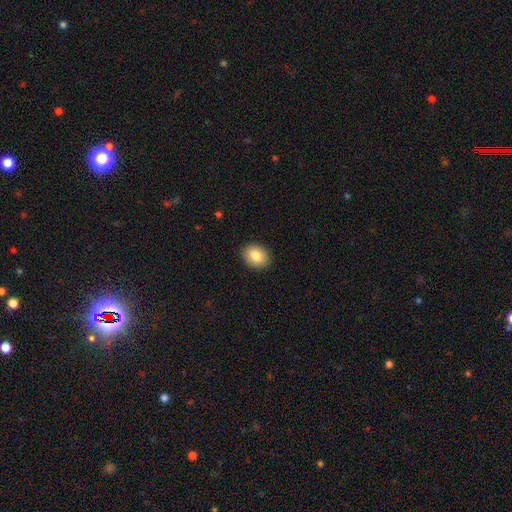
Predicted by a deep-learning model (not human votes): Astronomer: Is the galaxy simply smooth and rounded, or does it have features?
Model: smooth — 84%.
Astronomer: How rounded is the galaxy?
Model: in between — 62% (runner-up: round, 37%).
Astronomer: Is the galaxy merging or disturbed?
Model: none — 90%.